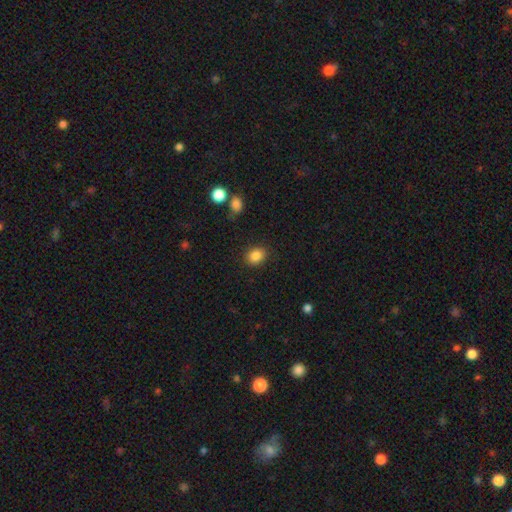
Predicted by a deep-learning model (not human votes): Smooth or featured? Predicted: smooth (p=0.86). How rounded? Predicted: round (p=0.51). Merging? Predicted: none (p=0.86).